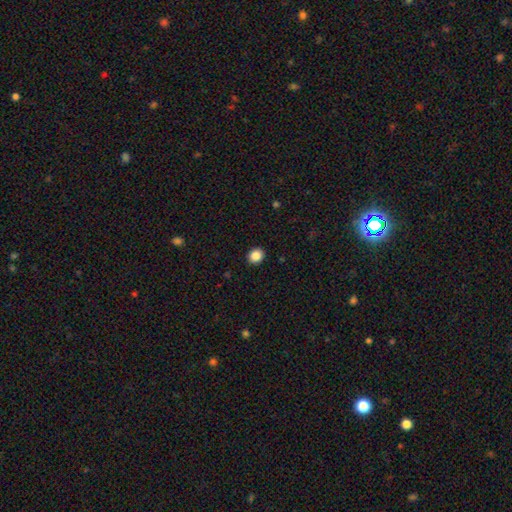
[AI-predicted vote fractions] Smooth or featured? Predicted: smooth (p=0.87). How rounded? Predicted: round (p=0.74). Merging? Predicted: none (p=0.92).